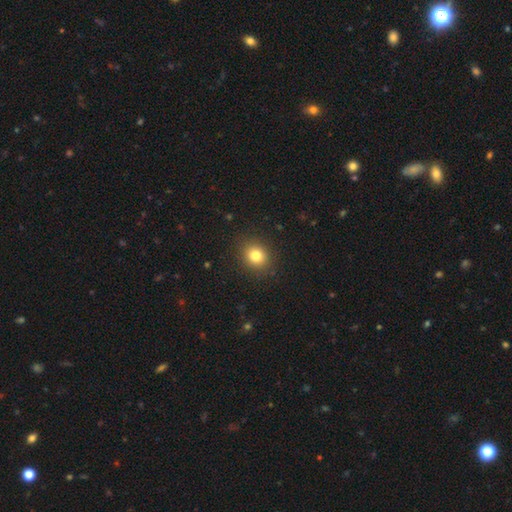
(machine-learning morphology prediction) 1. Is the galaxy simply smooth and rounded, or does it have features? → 80% smooth, 12% star or artifact, 8% featured or disk.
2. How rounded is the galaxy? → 71% round, 28% in between, 1% cigar-shaped.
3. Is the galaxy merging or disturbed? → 89% none, 8% minor disturbance, 3% major disturbance, 1% merger.